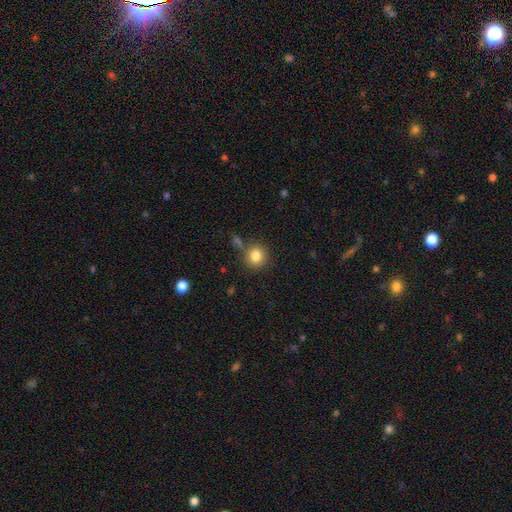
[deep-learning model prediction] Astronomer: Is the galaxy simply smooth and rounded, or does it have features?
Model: smooth — 82%.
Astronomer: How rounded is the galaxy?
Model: round — 83%.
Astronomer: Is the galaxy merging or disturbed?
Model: none — 77%.